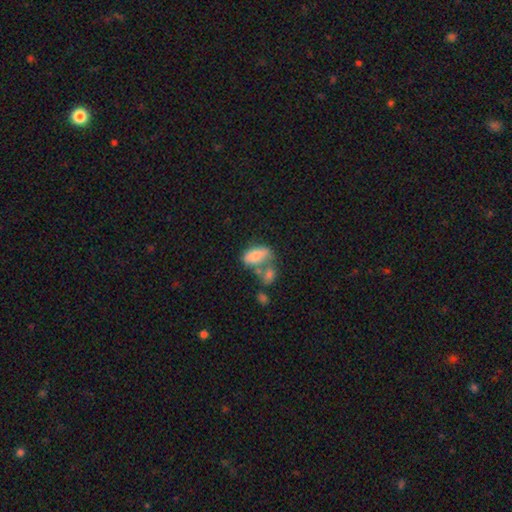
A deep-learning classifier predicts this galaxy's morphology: Smooth or featured? Predicted: smooth (p=0.78). How rounded? Predicted: in between (p=0.90). Merging? Predicted: merger (p=0.40).